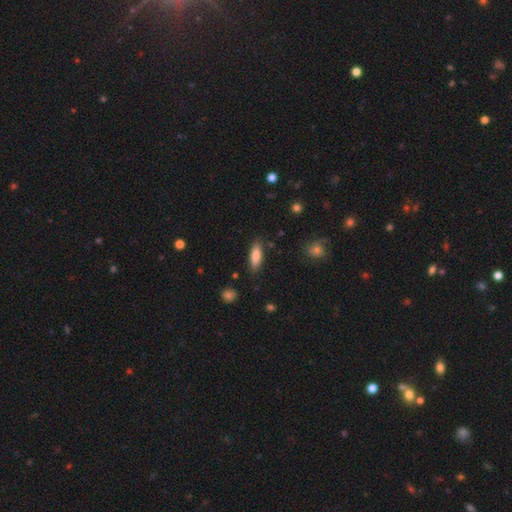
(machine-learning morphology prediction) Smooth or featured?
  - smooth: 78% *
  - featured or disk: 15%
  - star or artifact: 6%
How rounded?
  - in between: 54% *
  - cigar-shaped: 44%
  - round: 2%
Merging?
  - none: 84% *
  - minor disturbance: 11%
  - major disturbance: 2%
  - merger: 2%